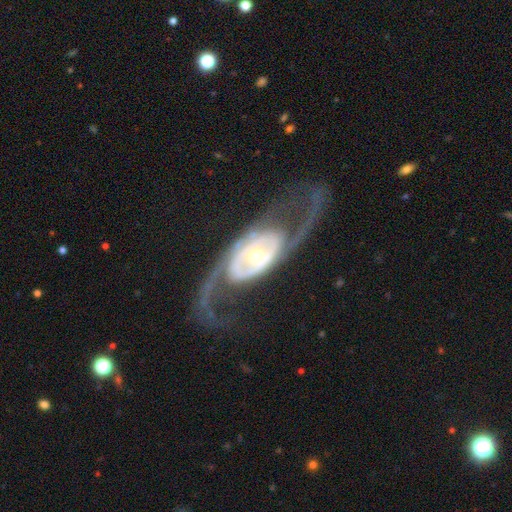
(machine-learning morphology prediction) type=featured or disk (87%); edge-on=no (92%); bar=no (65%); spiral arms=yes (82%); winding=loose (47%); arm count=2 (84%); bulge=moderate (47%); merging=none (65%).